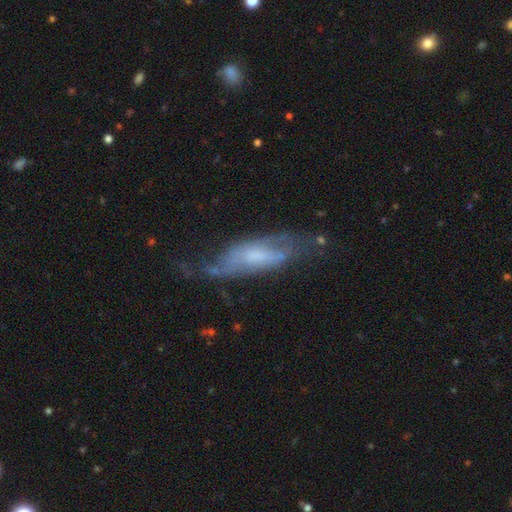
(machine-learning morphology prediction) Smooth or featured? featured or disk (60%)
Edge-on disk? no (71%)
Merging? none (42%)